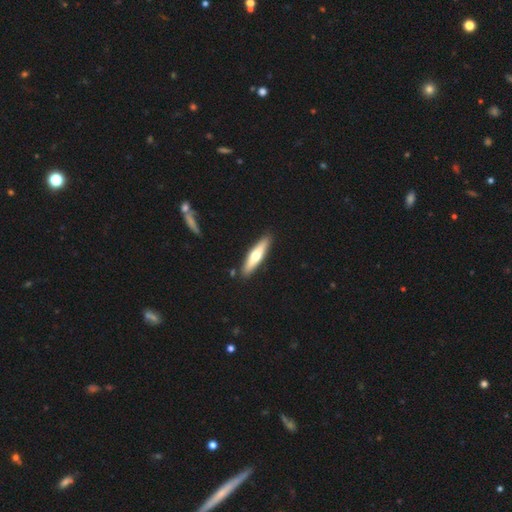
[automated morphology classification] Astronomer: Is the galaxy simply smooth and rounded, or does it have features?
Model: smooth — 51% (runner-up: featured or disk, 44%).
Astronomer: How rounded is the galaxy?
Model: cigar-shaped — 78%.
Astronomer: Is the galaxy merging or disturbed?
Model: none — 89%.